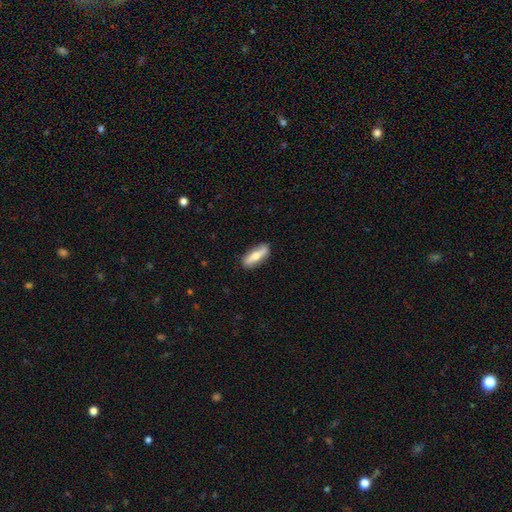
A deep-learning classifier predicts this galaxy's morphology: Smooth or featured? Predicted: smooth (p=0.56). How rounded? Predicted: in between (p=0.50). Merging? Predicted: none (p=0.85).